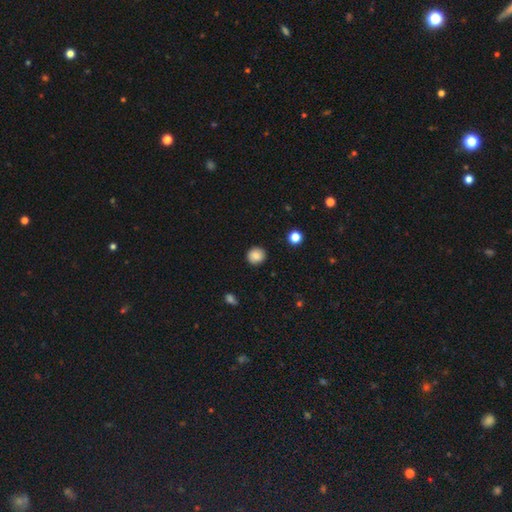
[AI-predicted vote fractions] A smooth galaxy with no disk features (85%) that is round (88%). Merging: none (89%).